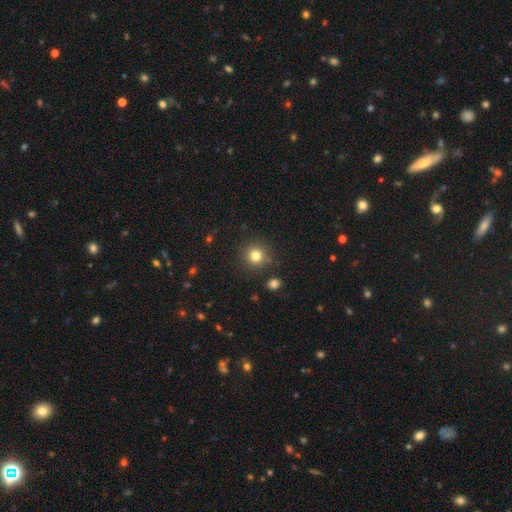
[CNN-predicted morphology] A smooth galaxy with no disk features (80%) that is round (93%).

Vote fractions:
- Smooth or featured? smooth: 80% / star or artifact: 13% / featured or disk: 7%
- How rounded? round: 93% / in between: 6% / cigar-shaped: 1%
- Merging? none: 87% / minor disturbance: 7% / merger: 4% / major disturbance: 3%